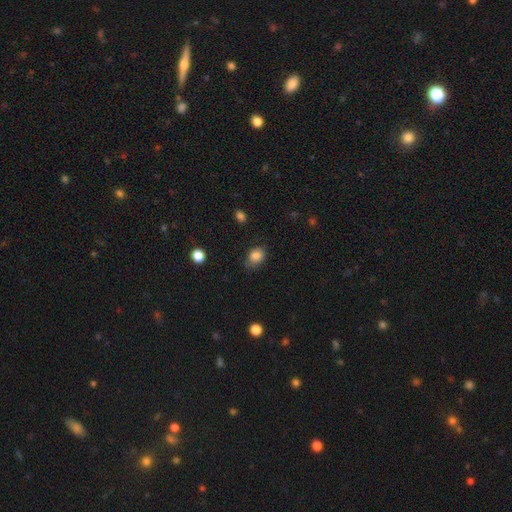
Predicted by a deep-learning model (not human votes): A smooth galaxy with no disk features (84%) that is in between round and cigar-shaped (63%). Merging: none (65%).